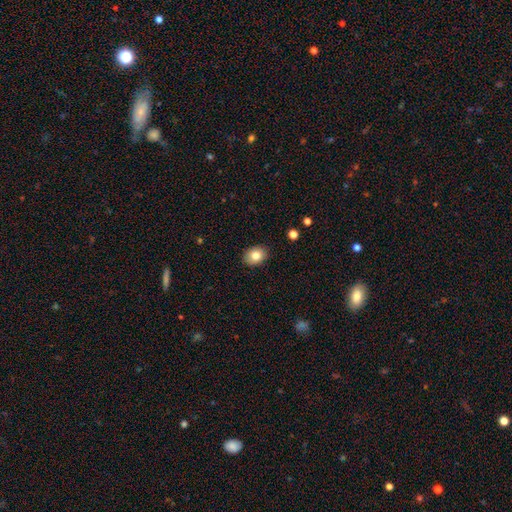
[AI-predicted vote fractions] Morphology: type=smooth (82%); roundness=in between (62%); merging=none (89%).